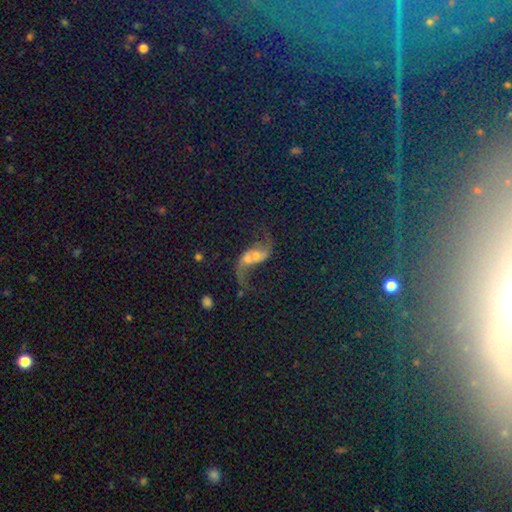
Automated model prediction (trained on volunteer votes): Overall: featured or disk (66%). Edge-on disk: no (95%). Bar: no (63%; weak 29%). Spiral arms: yes (85%). Spiral arm count: 2 (90%). Spiral winding: loose (87%). Bulge size: moderate (43%; small 37%). Merging: none (42%; merger 28%).